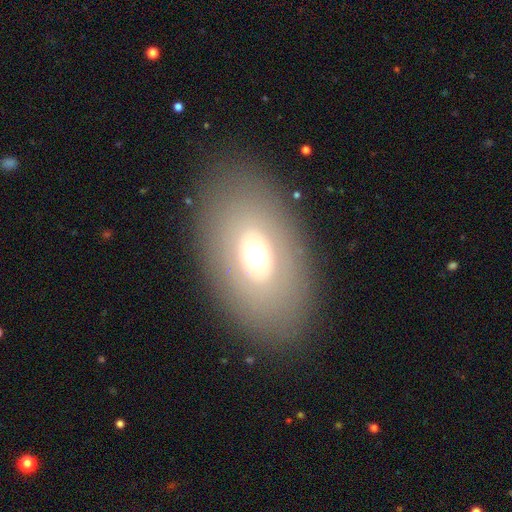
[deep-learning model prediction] A smooth galaxy with no disk features (54%) that is in between round and cigar-shaped (86%). Merging: none (83%).